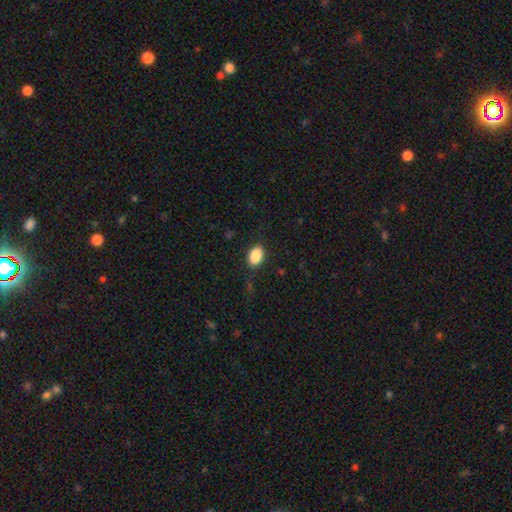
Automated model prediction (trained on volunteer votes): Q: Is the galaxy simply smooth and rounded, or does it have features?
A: smooth — 88%.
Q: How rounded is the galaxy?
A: in between — 87%.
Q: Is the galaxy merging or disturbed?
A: none — 86%.